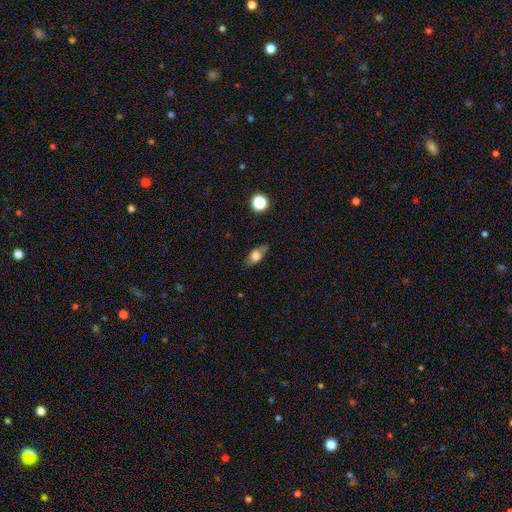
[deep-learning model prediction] smooth-or-featured: smooth: 61% | featured or disk: 30% | star or artifact: 9%
  how-rounded: in between: 79% | cigar-shaped: 11% | round: 10%
  merging: none: 77% | minor disturbance: 17% | major disturbance: 4% | merger: 1%